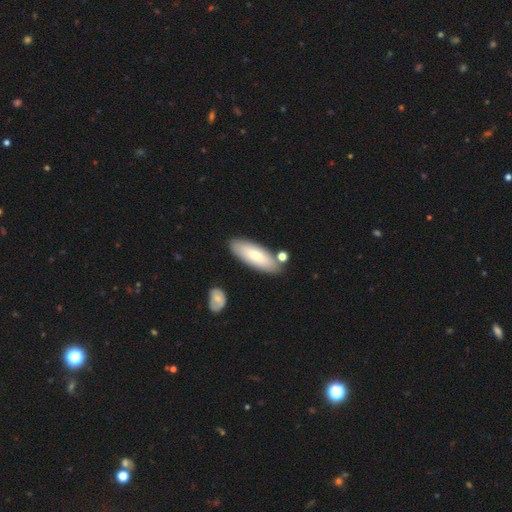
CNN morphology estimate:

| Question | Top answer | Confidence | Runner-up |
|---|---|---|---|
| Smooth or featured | smooth | 72% | featured or disk (23%) |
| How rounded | in between | 65% | cigar-shaped (33%) |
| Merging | none | 80% | minor disturbance (11%) |